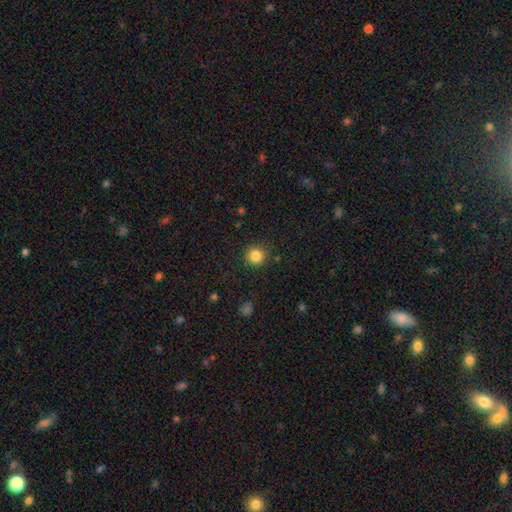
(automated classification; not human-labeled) This is clearly a smooth galaxy (85%). How rounded: clearly round (94%). Merging: clearly none (89%).